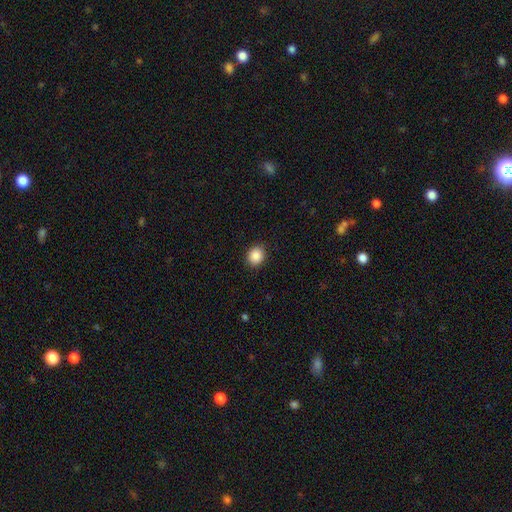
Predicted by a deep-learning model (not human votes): smooth_or_featured: smooth (p=0.88) [alt: star or artifact p=0.09]
how_rounded: round (p=0.70) [alt: in between p=0.29]
merging: none (p=0.89) [alt: minor disturbance p=0.08]